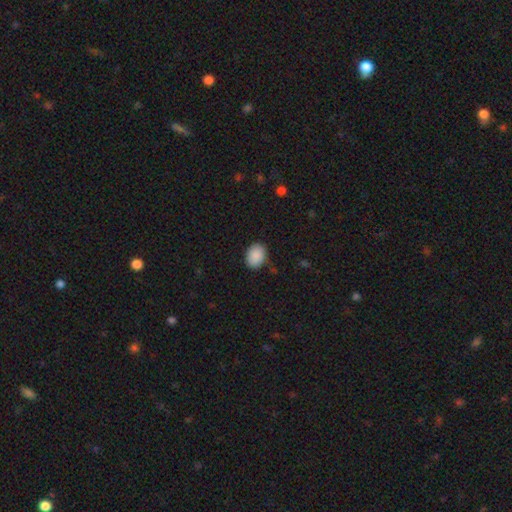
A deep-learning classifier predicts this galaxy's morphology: Smooth or featured: smooth — 89% (star or artifact — 7%)
How rounded: in between — 66% (round — 33%)
Merging: none — 86% (minor disturbance — 11%)